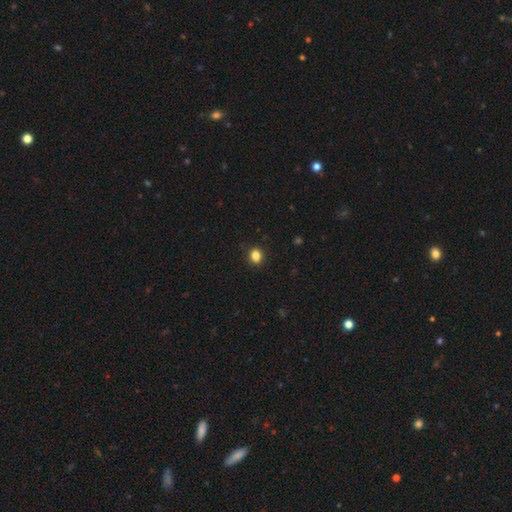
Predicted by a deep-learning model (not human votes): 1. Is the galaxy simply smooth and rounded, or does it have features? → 85% smooth, 11% star or artifact, 4% featured or disk.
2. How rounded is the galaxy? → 55% round, 44% in between, 1% cigar-shaped.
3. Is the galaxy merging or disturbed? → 90% none, 7% minor disturbance, 2% major disturbance, 1% merger.